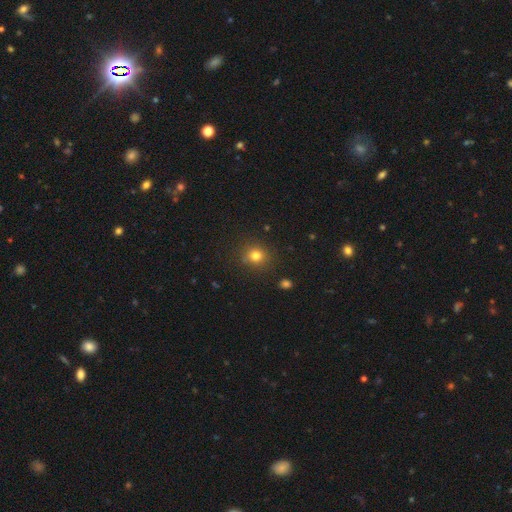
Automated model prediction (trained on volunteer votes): A smooth galaxy with no disk features (79%) that is round (83%).

Vote fractions:
- Smooth or featured? smooth: 79% / star or artifact: 15% / featured or disk: 7%
- How rounded? round: 83% / in between: 16% / cigar-shaped: 1%
- Merging? none: 86% / minor disturbance: 9% / major disturbance: 3% / merger: 2%